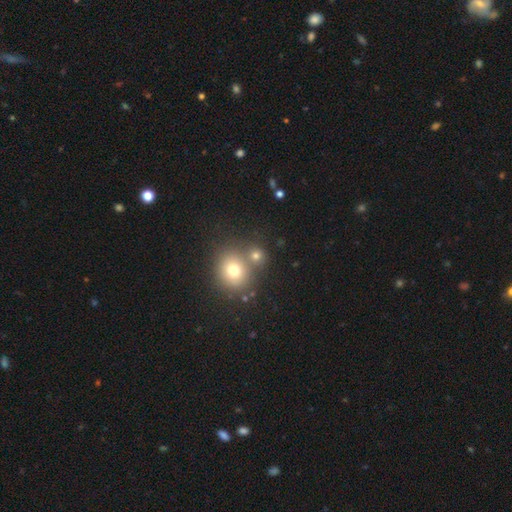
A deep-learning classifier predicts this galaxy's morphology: Q: Smooth or featured?
A: smooth (75%); runner-up: star or artifact (15%)
Q: How rounded?
A: round (83%); runner-up: in between (16%)
Q: Merging?
A: none (57%); runner-up: merger (31%)